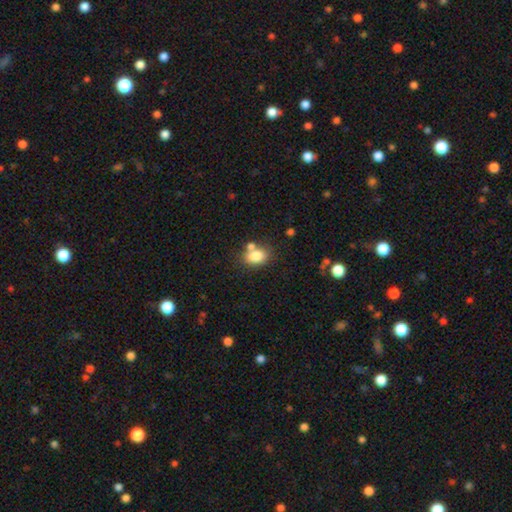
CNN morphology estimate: type=smooth (81%); roundness=in between (75%); merging=none (59%).